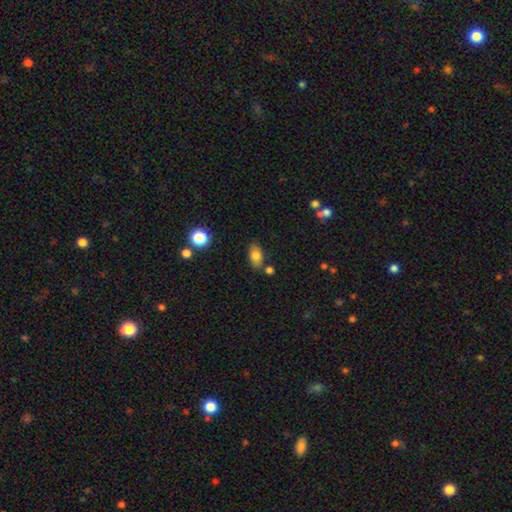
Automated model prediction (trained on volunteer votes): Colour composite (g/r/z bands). It shows a smooth galaxy with no disk features (79%) that is in between round and cigar-shaped (88%). Merging: none (77%).